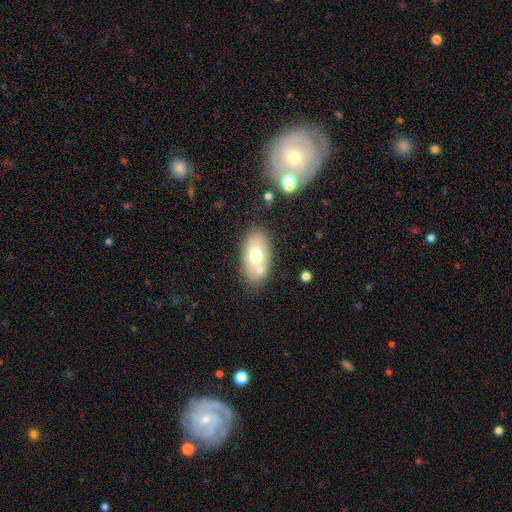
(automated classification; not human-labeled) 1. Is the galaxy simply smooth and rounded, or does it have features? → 65% smooth, 27% featured or disk, 8% star or artifact.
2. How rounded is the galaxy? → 91% in between, 7% round, 2% cigar-shaped.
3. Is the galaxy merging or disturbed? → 63% none, 18% merger, 14% minor disturbance, 4% major disturbance.